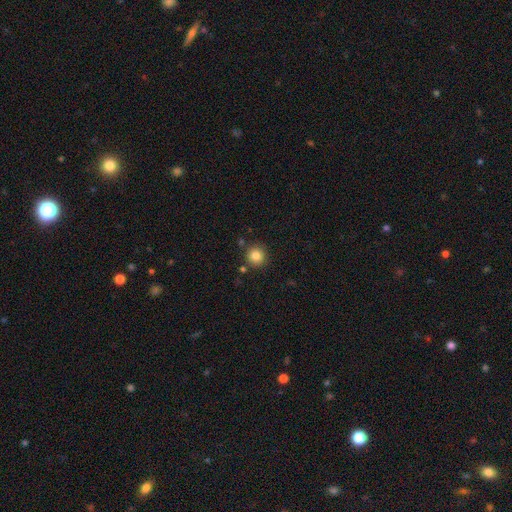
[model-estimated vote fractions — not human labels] smooth 84%, star or artifact 11%, featured or disk 5%. Down the decision tree: how rounded — round (93%); merging — none (84%).